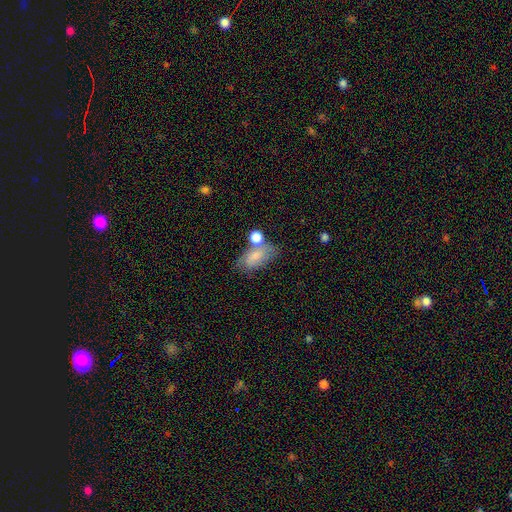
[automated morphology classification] Overall: smooth (70%). How rounded: in between (86%). Merging: none (39%; merger 29%).